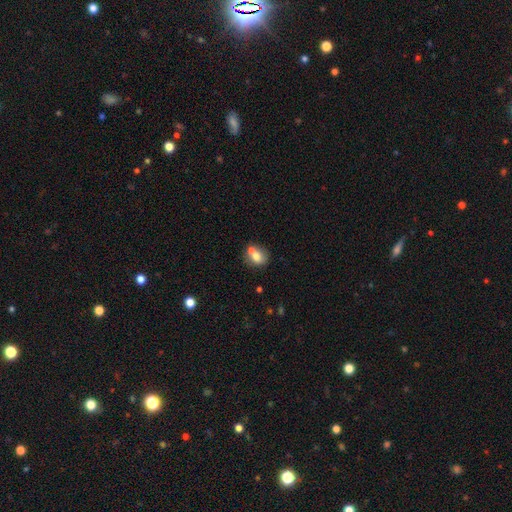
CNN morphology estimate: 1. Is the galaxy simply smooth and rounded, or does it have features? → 71% smooth, 20% featured or disk, 9% star or artifact.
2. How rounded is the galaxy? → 50% round, 49% in between, 2% cigar-shaped.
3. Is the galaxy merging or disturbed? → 43% merger, 39% none, 14% minor disturbance, 5% major disturbance.